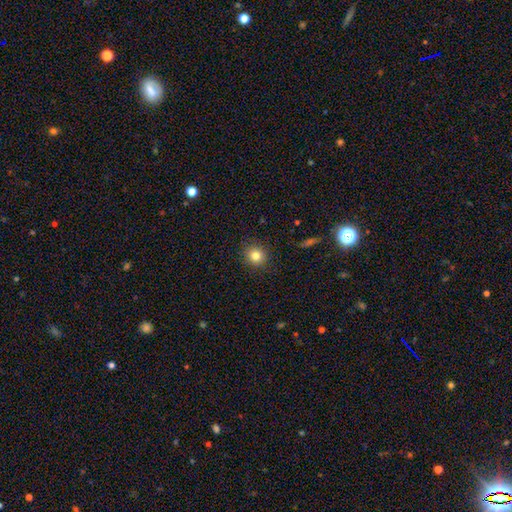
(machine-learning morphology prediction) A smooth galaxy with no disk features (81%) that is round (89%).

Vote fractions:
- Smooth or featured? smooth: 81% / star or artifact: 12% / featured or disk: 7%
- How rounded? round: 89% / in between: 10% / cigar-shaped: 1%
- Merging? none: 90% / minor disturbance: 7% / major disturbance: 2% / merger: 1%